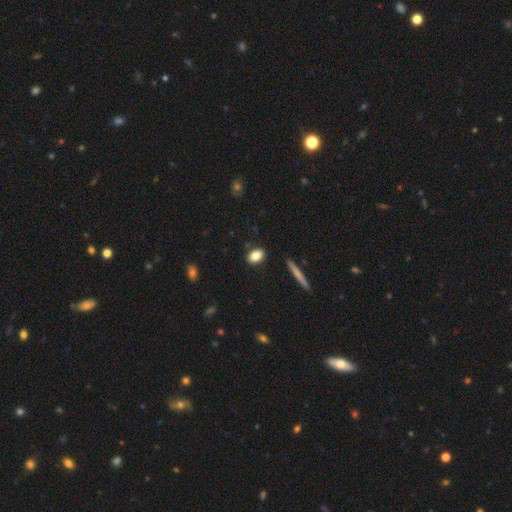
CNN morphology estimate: Smooth or featured: smooth — 82% (featured or disk — 10%)
How rounded: in between — 80% (round — 16%)
Merging: none — 87% (minor disturbance — 9%)